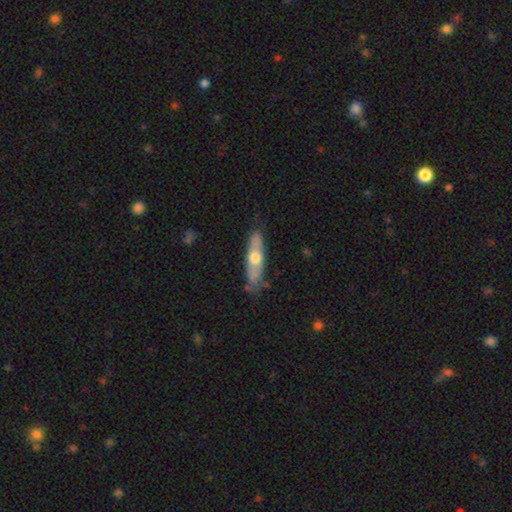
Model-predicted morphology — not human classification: Overall: featured or disk (53%; smooth 41%). Edge-on disk: yes (65%; no 35%). Merging: none (81%).